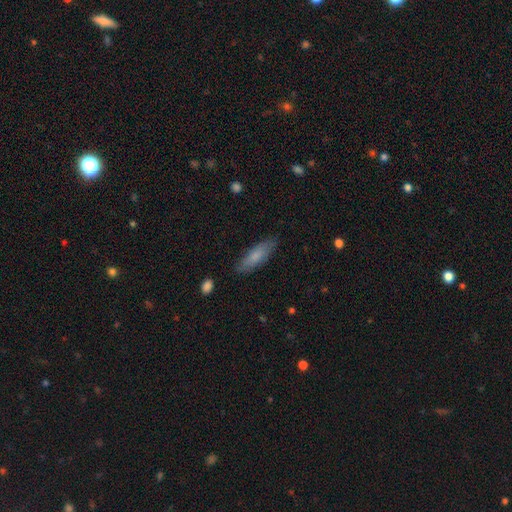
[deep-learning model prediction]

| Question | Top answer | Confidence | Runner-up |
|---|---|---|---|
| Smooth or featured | smooth | 78% | featured or disk (17%) |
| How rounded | cigar-shaped | 55% | in between (43%) |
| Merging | none | 84% | minor disturbance (12%) |